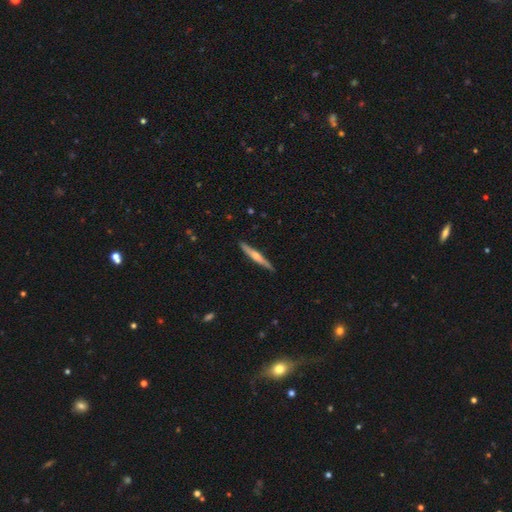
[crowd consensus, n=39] featured or disk 79%, smooth 18%, star or artifact 3%. Down the decision tree: edge-on disk — yes (100%); edge-on bulge — rounded (74%); merging — none (95%).